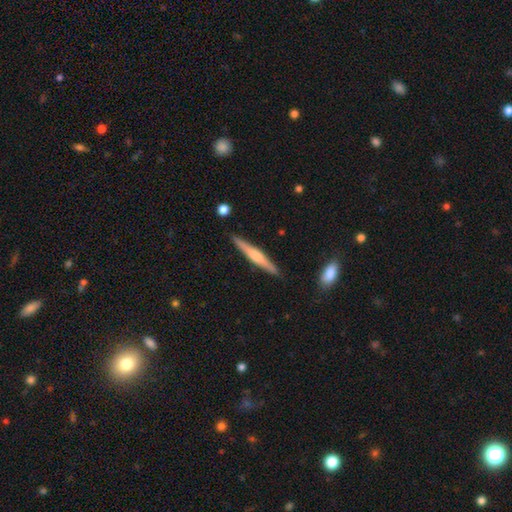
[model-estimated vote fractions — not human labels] The model was most divided on "smooth or featured": featured or disk: 59%, smooth: 35%, star or artifact: 6%. More confident: edge-on disk — yes (98%); merging — none (89%); edge-on bulge — rounded (58%).